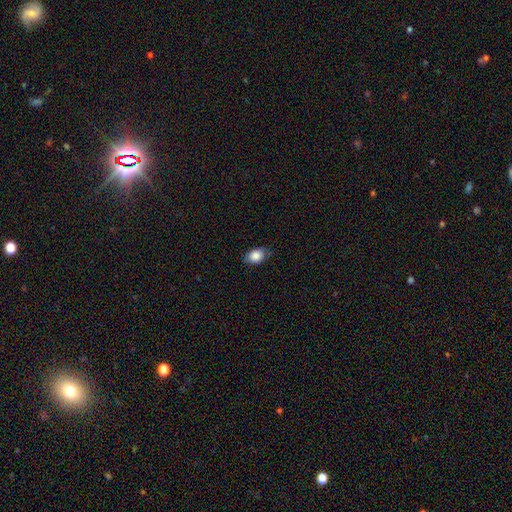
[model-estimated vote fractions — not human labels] Overall: smooth (86%). How rounded: in between (79%). Merging: none (77%).